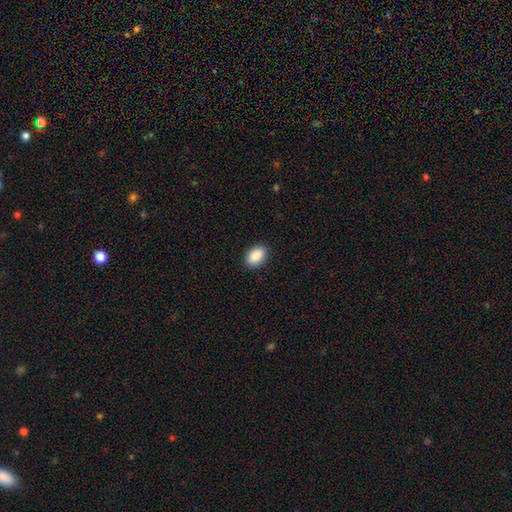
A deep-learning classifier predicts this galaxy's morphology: Smooth or featured? Predicted: smooth (p=0.90). How rounded? Predicted: in between (p=0.88). Merging? Predicted: none (p=0.90).